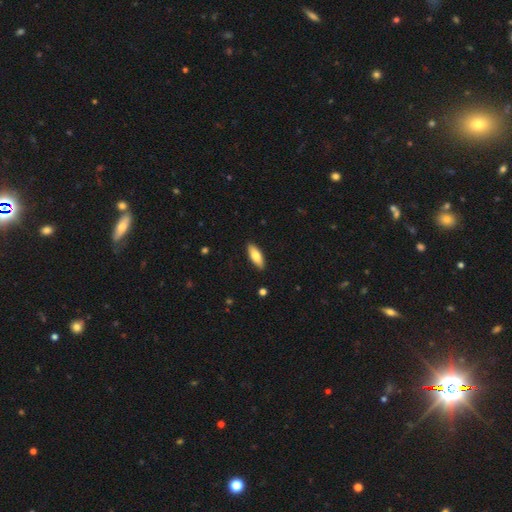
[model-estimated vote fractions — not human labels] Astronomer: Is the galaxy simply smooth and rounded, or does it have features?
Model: smooth — 77%.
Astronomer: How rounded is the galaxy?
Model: in between — 68%.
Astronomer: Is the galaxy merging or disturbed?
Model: none — 89%.